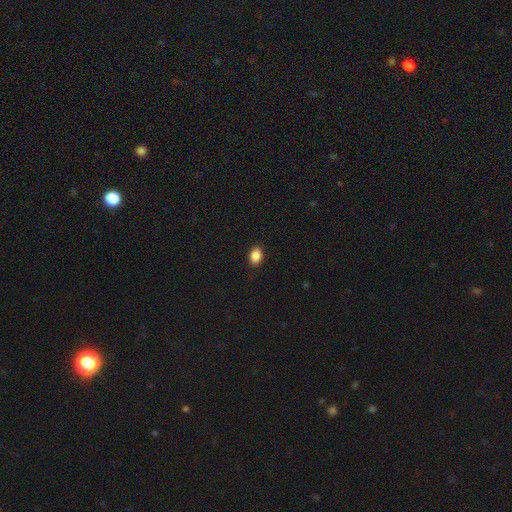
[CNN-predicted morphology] smooth_or_featured: smooth (p=0.88) [alt: star or artifact p=0.09]
how_rounded: in between (p=0.84) [alt: round p=0.14]
merging: none (p=0.89) [alt: minor disturbance p=0.08]